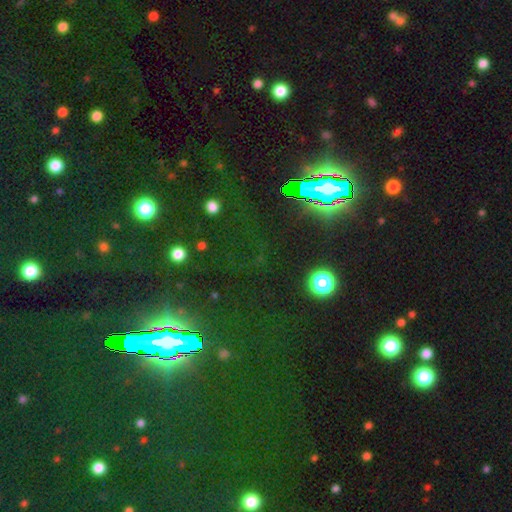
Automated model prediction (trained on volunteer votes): A star or artifact, not a galaxy (80%).

Vote fractions:
- Smooth or featured? star or artifact: 80% / smooth: 11% / featured or disk: 9%